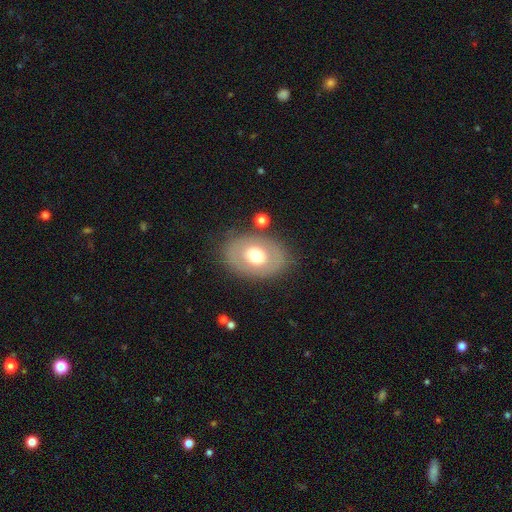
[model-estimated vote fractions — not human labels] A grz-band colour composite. It shows a smooth galaxy with no disk features (56%) that is in between round and cigar-shaped (74%). Merging: none (80%).